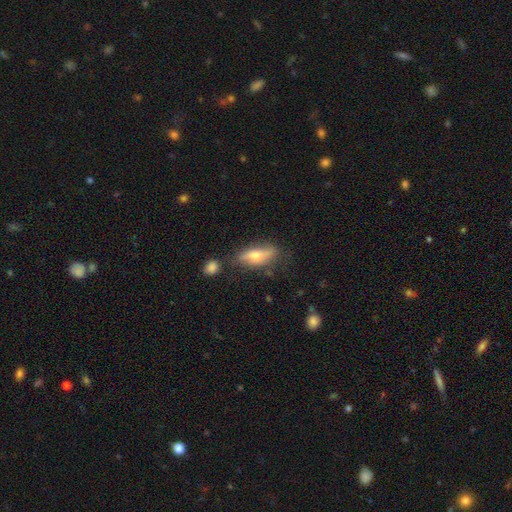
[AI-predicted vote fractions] Morphology: type=smooth (57%); roundness=in between (66%); merging=none (63%).